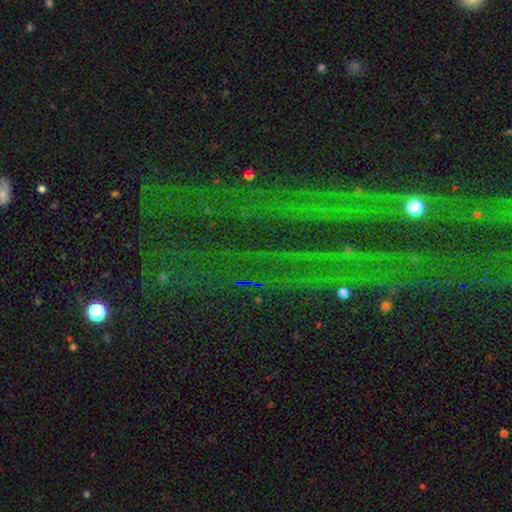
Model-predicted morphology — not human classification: type=star or artifact (80%).